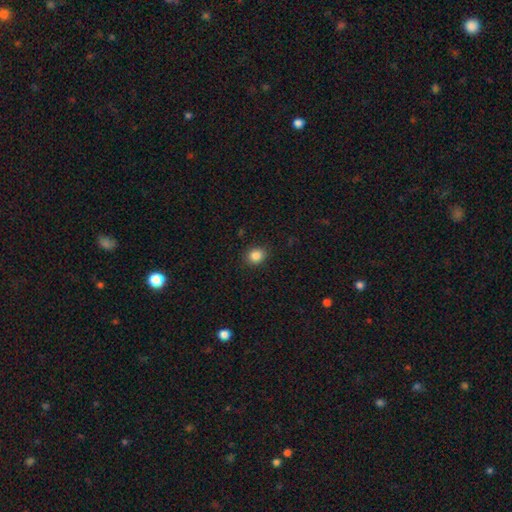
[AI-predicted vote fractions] smooth-or-featured: smooth: 86% | star or artifact: 10% | featured or disk: 4%
  how-rounded: round: 64% | in between: 35% | cigar-shaped: 1%
  merging: none: 88% | minor disturbance: 9% | major disturbance: 2% | merger: 1%